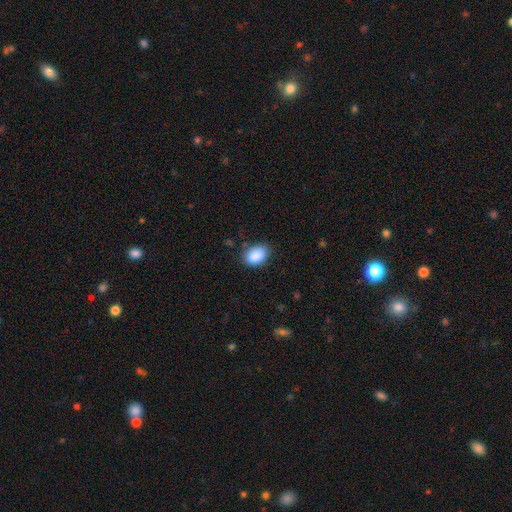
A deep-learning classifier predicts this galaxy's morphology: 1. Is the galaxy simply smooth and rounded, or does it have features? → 89% smooth, 7% star or artifact, 4% featured or disk.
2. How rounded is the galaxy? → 84% in between, 15% round, 1% cigar-shaped.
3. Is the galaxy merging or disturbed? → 77% none, 17% minor disturbance, 4% major disturbance, 2% merger.